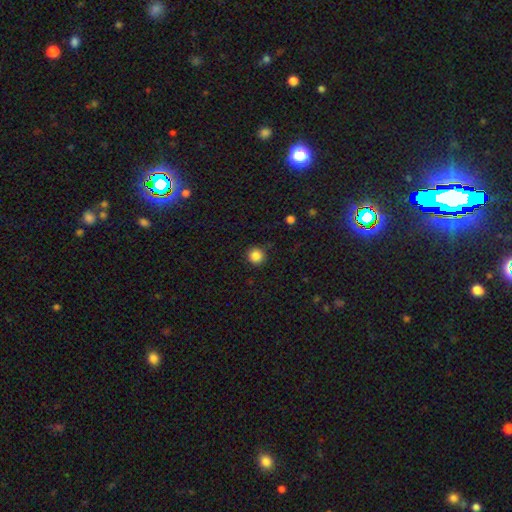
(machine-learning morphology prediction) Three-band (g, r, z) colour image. It shows a smooth galaxy with no disk features (86%) that is round (95%). Merging: none (91%).